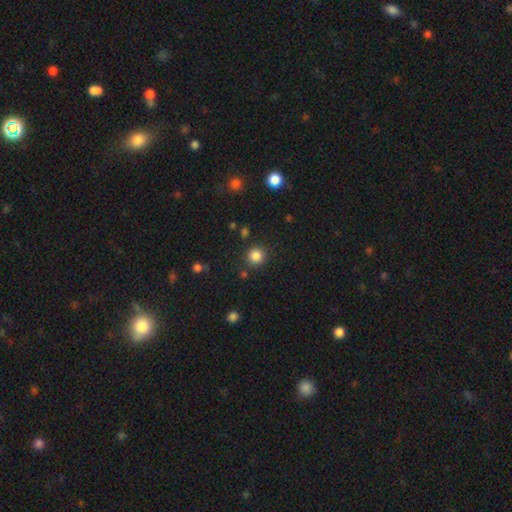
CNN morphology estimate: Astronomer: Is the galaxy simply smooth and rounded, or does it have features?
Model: smooth — 85%.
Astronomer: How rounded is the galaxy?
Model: round — 92%.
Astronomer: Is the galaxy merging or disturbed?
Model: none — 86%.